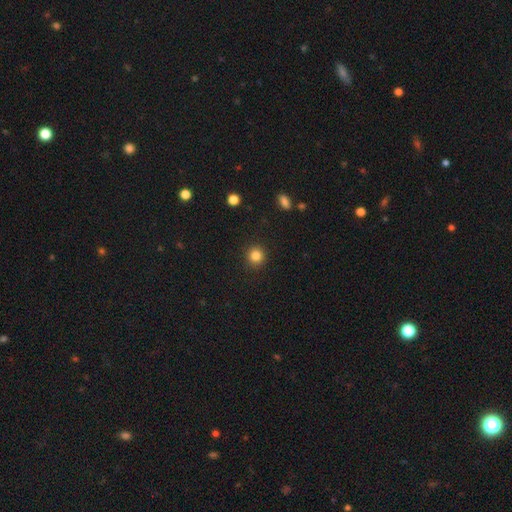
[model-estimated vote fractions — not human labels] This is clearly a smooth galaxy (84%). How rounded: clearly round (92%). Merging: clearly none (92%).